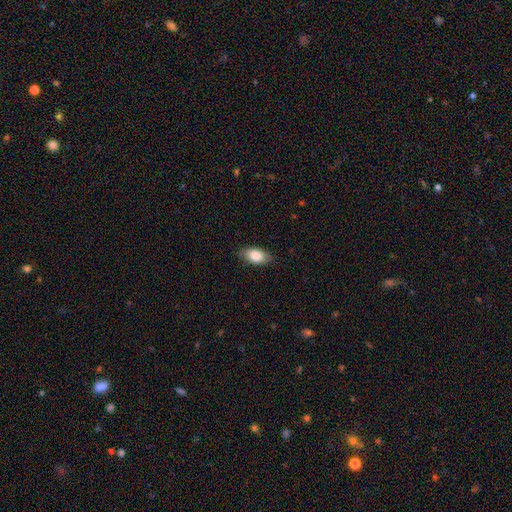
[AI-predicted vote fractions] A smooth galaxy with no disk features (85%) that is in between round and cigar-shaped (91%).

Vote fractions:
- Smooth or featured? smooth: 85% / featured or disk: 9% / star or artifact: 7%
- How rounded? in between: 91% / round: 5% / cigar-shaped: 4%
- Merging? none: 83% / minor disturbance: 13% / major disturbance: 3% / merger: 1%